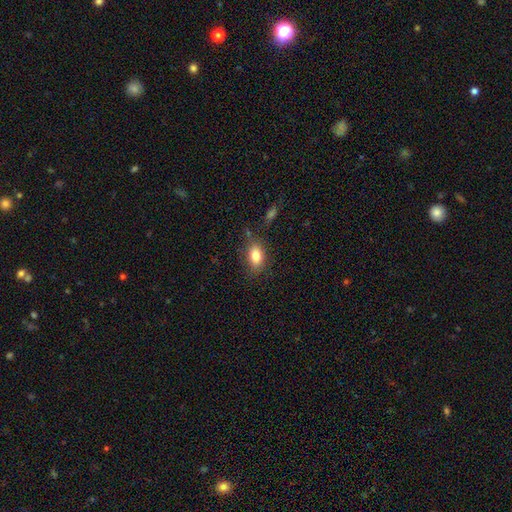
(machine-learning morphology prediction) The model was most divided on "merging": none: 73%, minor disturbance: 17%, major disturbance: 5%, merger: 4%. More confident: how rounded — in between (85%); smooth or featured — smooth (81%).